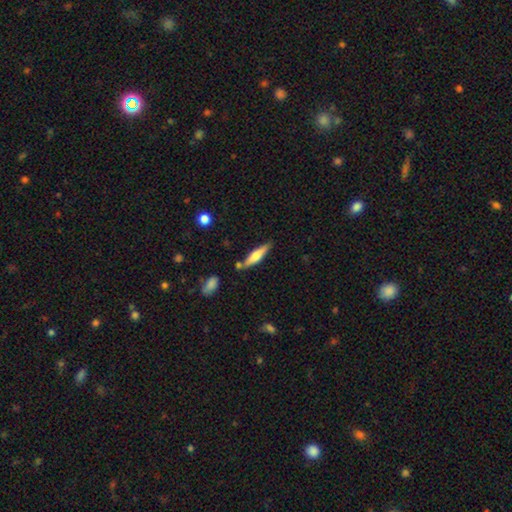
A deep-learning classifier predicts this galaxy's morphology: A smooth galaxy with no disk features (55%) that is cigar-shaped (74%).

Vote fractions:
- Smooth or featured? smooth: 55% / featured or disk: 39% / star or artifact: 6%
- How rounded? cigar-shaped: 74% / in between: 24% / round: 2%
- Merging? none: 76% / minor disturbance: 14% / merger: 8% / major disturbance: 3%